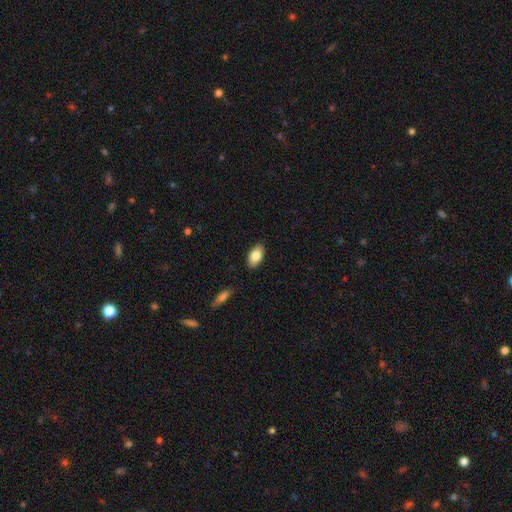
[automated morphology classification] smooth-or-featured: smooth: 82% | featured or disk: 11% | star or artifact: 7%
  how-rounded: in between: 93% | round: 4% | cigar-shaped: 3%
  merging: none: 87% | minor disturbance: 9% | major disturbance: 2% | merger: 2%